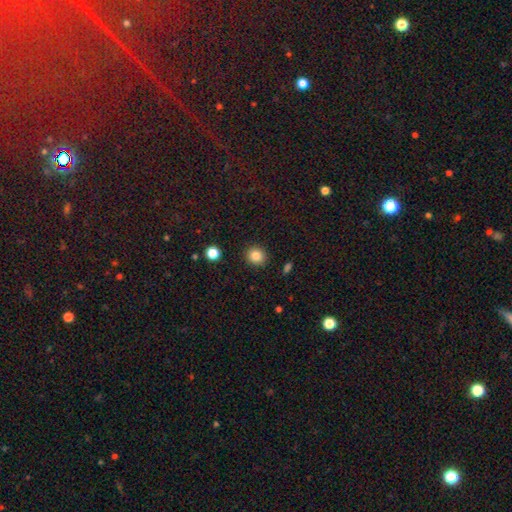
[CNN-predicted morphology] This appears to be a smooth galaxy with no disk features (84%) that is round (84%). Merging: none (91%).